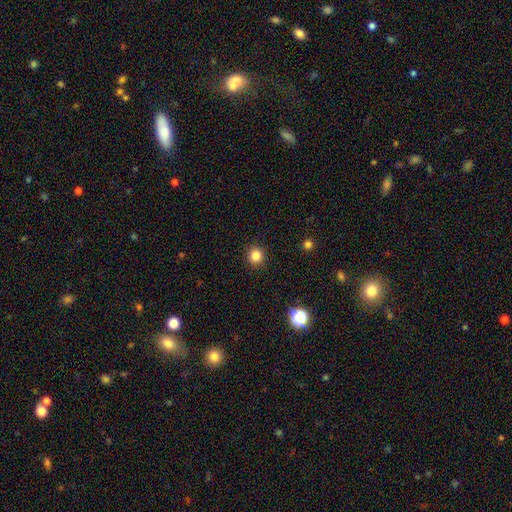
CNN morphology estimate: smooth 84%, star or artifact 12%, featured or disk 4%. Down the decision tree: how rounded — round (92%); merging — none (92%).